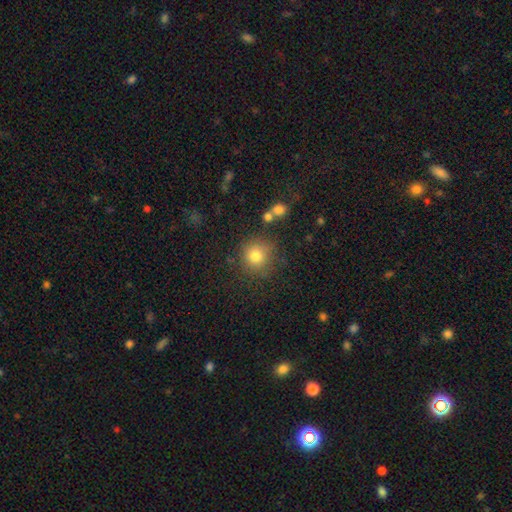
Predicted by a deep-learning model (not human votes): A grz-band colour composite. It shows a smooth galaxy with no disk features (80%) that is round (93%). Merging: none (80%).